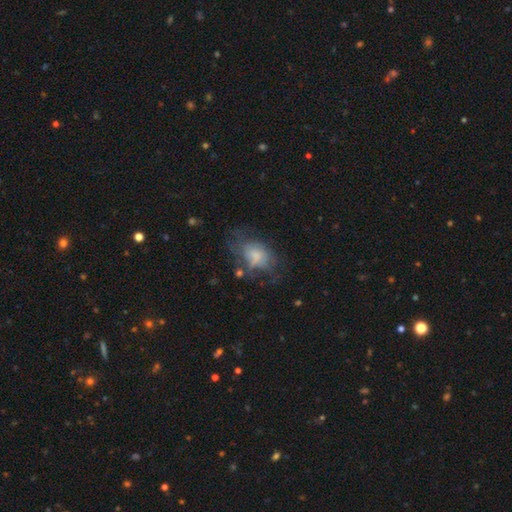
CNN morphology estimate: Overall: smooth (52%; featured or disk 38%). How rounded: in between (79%). Merging: none (36%; major disturbance 31%).